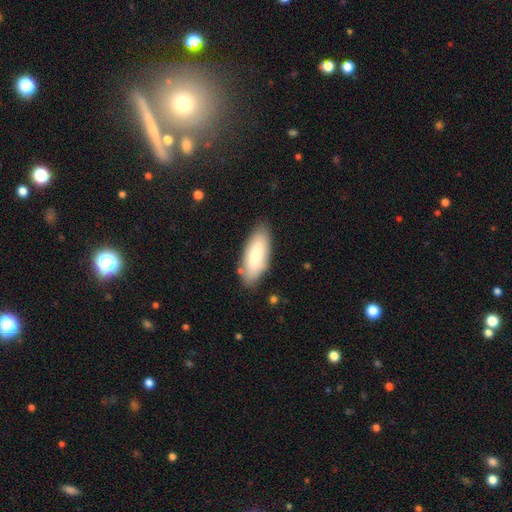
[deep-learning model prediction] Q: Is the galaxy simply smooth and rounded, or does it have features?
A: smooth — 78%.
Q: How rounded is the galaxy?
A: in between — 81%.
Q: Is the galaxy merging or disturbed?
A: none — 81%.